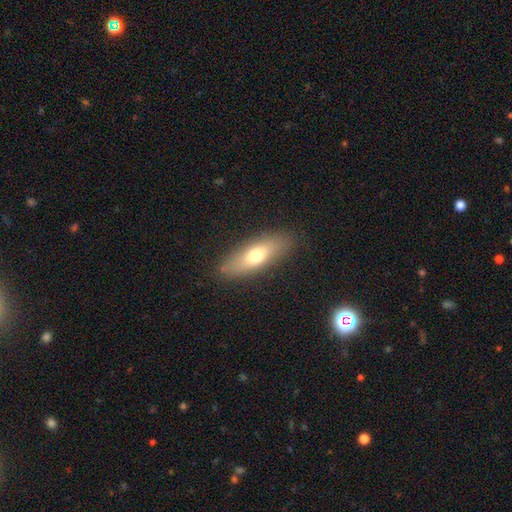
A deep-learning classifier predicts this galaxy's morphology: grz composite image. It shows a smooth galaxy with no disk features (66%) that is in between round and cigar-shaped (56%). Merging: none (86%).